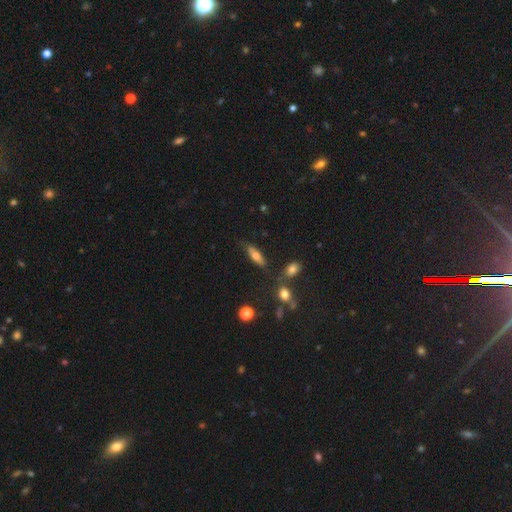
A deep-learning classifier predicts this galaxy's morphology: smooth 65%, featured or disk 27%, star or artifact 8%. Down the decision tree: how rounded — cigar-shaped (54%); merging — none (70%).